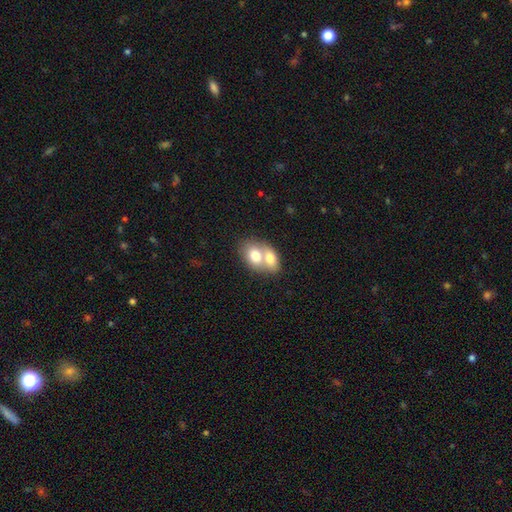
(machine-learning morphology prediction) Smooth or featured? smooth (70%)
How rounded? in between (73%)
Merging? merger (73%)